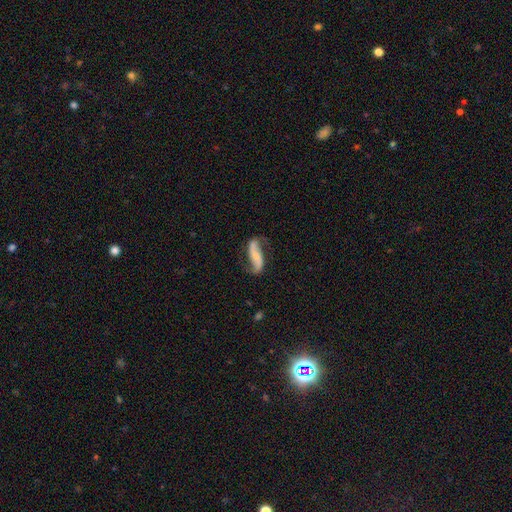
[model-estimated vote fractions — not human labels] Q: Smooth or featured?
A: featured or disk (78%); runner-up: smooth (16%)
Q: Edge-on disk?
A: no (91%); runner-up: yes (9%)
Q: Bar?
A: no (43%); runner-up: strong (32%)
Q: Spiral arms?
A: yes (93%); runner-up: no (7%)
Q: Spiral winding?
A: loose (77%); runner-up: medium (17%)
Q: Spiral arm count?
A: 2 (92%); runner-up: 1 (3%)
Q: Bulge size?
A: small (62%); runner-up: moderate (26%)
Q: Merging?
A: none (71%); runner-up: minor disturbance (18%)